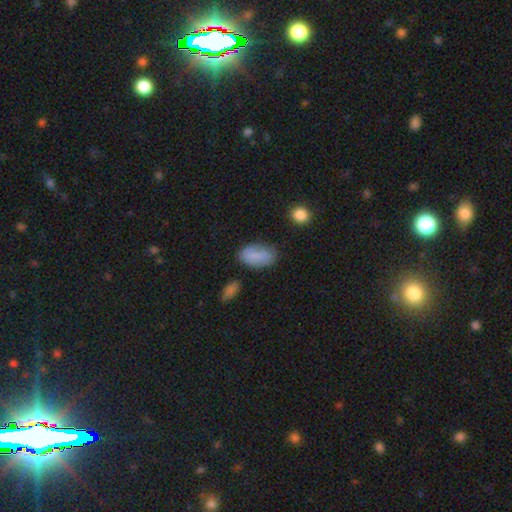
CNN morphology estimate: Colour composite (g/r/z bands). It shows a smooth galaxy with no disk features (81%) that is in between round and cigar-shaped (93%). Merging: none (71%).